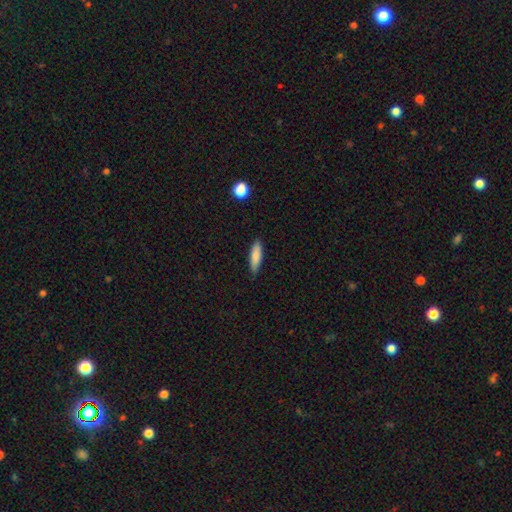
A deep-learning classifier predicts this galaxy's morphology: Overall: smooth (84%). How rounded: cigar-shaped (62%; in between 37%). Merging: none (85%).